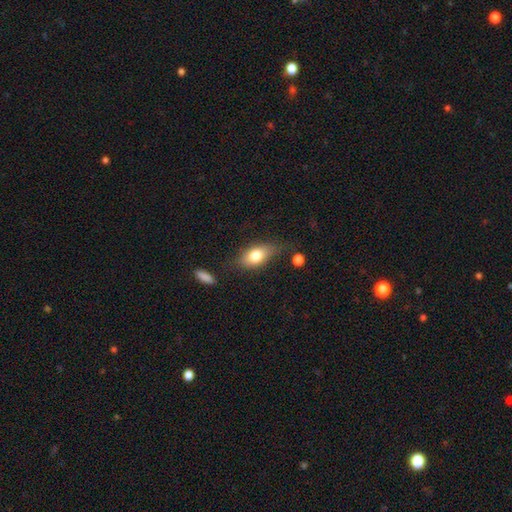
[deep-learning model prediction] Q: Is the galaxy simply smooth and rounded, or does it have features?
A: smooth — 76%.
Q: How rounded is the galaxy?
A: in between — 84%.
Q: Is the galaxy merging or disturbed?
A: none — 64%.